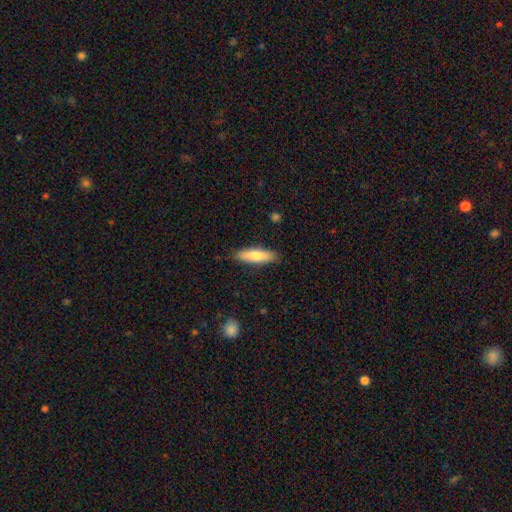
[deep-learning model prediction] Q: Smooth or featured?
A: smooth (73%); runner-up: featured or disk (21%)
Q: How rounded?
A: cigar-shaped (61%); runner-up: in between (38%)
Q: Merging?
A: none (87%); runner-up: minor disturbance (10%)